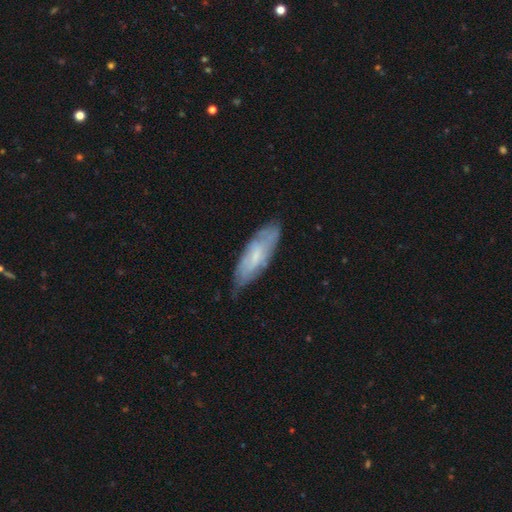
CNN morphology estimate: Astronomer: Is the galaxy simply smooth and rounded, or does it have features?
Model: featured or disk — 49% (runner-up: smooth, 44%).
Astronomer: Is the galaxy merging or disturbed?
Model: none — 67%.